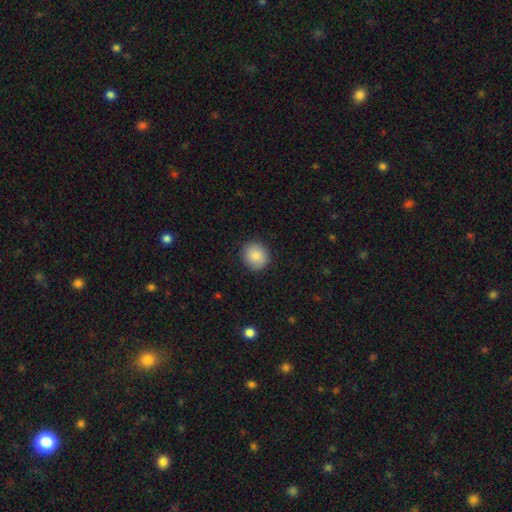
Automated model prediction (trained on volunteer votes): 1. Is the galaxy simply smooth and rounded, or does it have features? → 87% smooth, 7% star or artifact, 6% featured or disk.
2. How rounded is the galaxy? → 84% round, 15% in between, 1% cigar-shaped.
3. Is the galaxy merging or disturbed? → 90% none, 7% minor disturbance, 2% major disturbance, 1% merger.